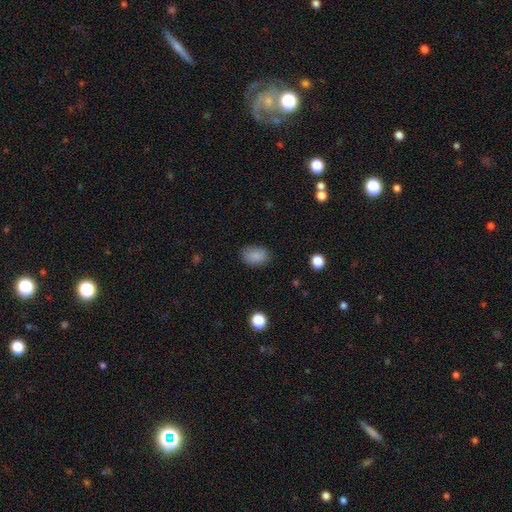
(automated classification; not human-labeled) A smooth galaxy with no disk features (87%) that is in between round and cigar-shaped (83%).

Vote fractions:
- Smooth or featured? smooth: 87% / star or artifact: 9% / featured or disk: 5%
- How rounded? in between: 83% / round: 16% / cigar-shaped: 1%
- Merging? none: 82% / minor disturbance: 14% / major disturbance: 3% / merger: 1%